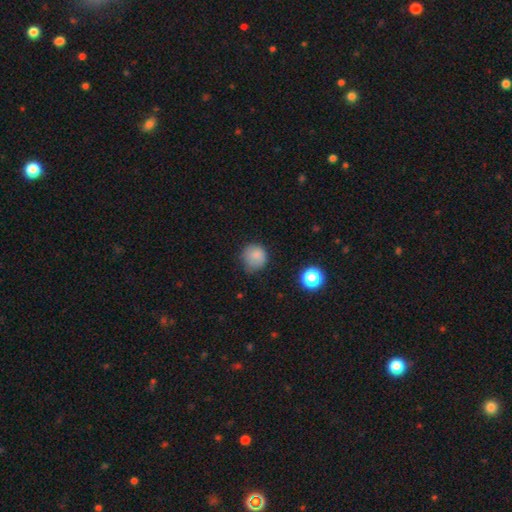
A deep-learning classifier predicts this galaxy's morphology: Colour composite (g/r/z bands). It shows a smooth galaxy with no disk features (83%) that is round (87%). Merging: none (63%).